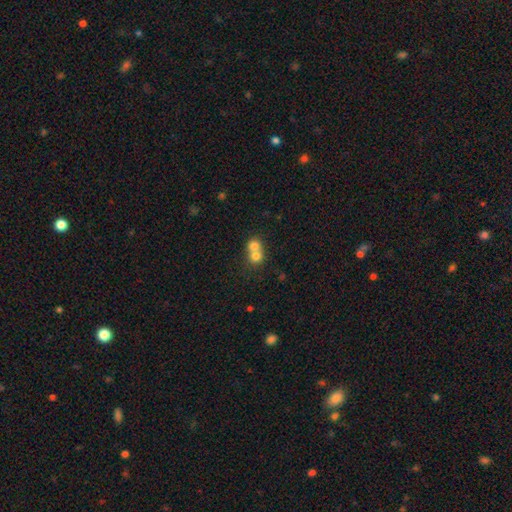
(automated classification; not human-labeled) The model was most divided on "merging": merger: 68%, none: 26%, minor disturbance: 4%, major disturbance: 2%. More confident: how rounded — round (80%); smooth or featured — smooth (74%).